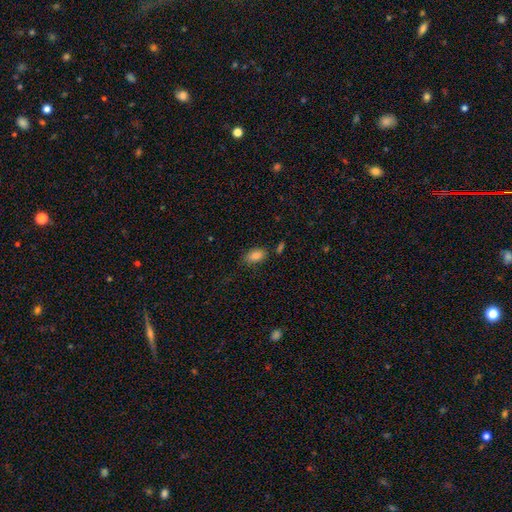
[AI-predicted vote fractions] The model was most divided on "merging": none: 75%, minor disturbance: 17%, merger: 4%, major disturbance: 4%. More confident: how rounded — in between (89%); smooth or featured — smooth (84%).